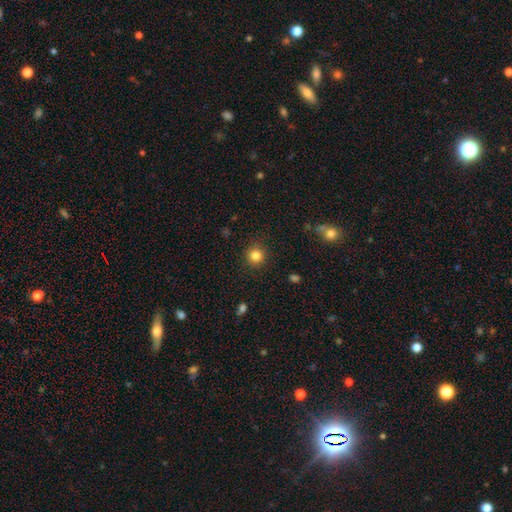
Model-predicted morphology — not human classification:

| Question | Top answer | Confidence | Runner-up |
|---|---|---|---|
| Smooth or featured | smooth | 83% | star or artifact (12%) |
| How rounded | round | 92% | in between (7%) |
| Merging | none | 89% | minor disturbance (7%) |